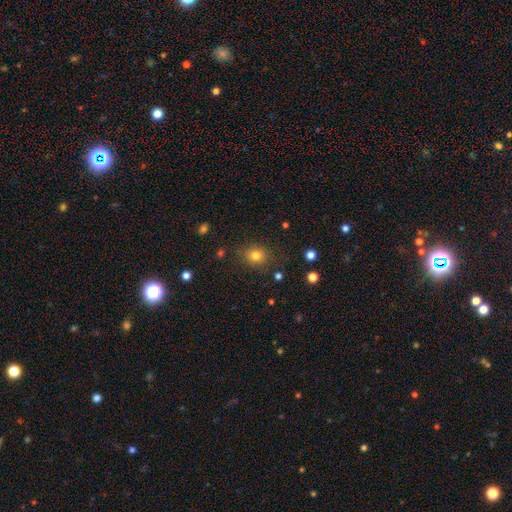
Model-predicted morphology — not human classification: type=smooth (79%); roundness=round (68%); merging=none (81%).